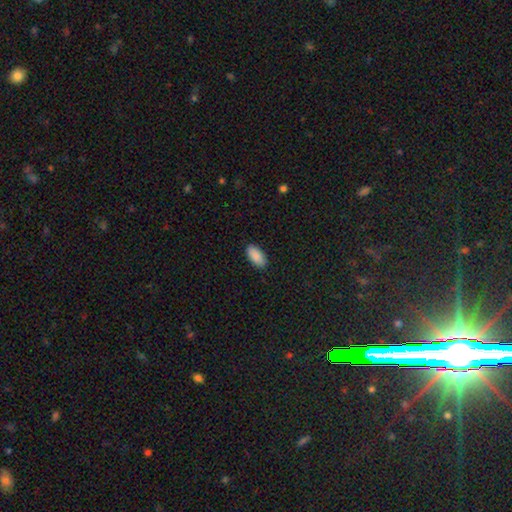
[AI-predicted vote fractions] The model was most divided on "merging": none: 90%, minor disturbance: 7%, major disturbance: 2%, merger: 1%. More confident: how rounded — in between (93%); smooth or featured — smooth (91%).